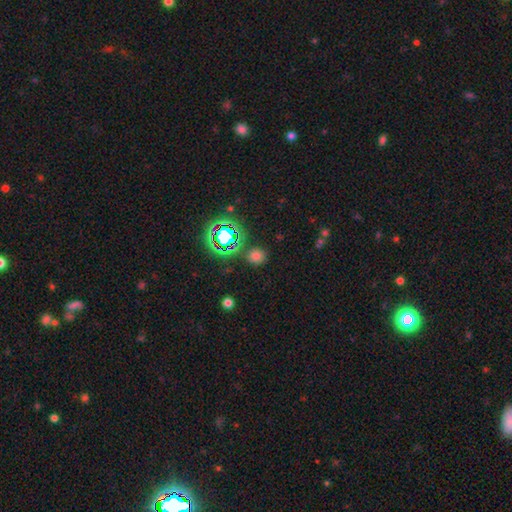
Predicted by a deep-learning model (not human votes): Smooth or featured?
  - smooth: 66% *
  - star or artifact: 28%
  - featured or disk: 6%
How rounded?
  - round: 86% *
  - in between: 13%
  - cigar-shaped: 1%
Merging?
  - none: 83% *
  - minor disturbance: 9%
  - merger: 5%
  - major disturbance: 3%